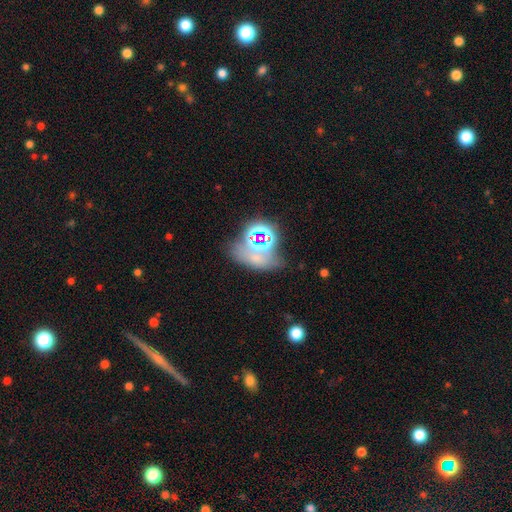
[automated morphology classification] A star or artifact, not a galaxy (50%).

Vote fractions:
- Smooth or featured? star or artifact: 50% / smooth: 29% / featured or disk: 21%